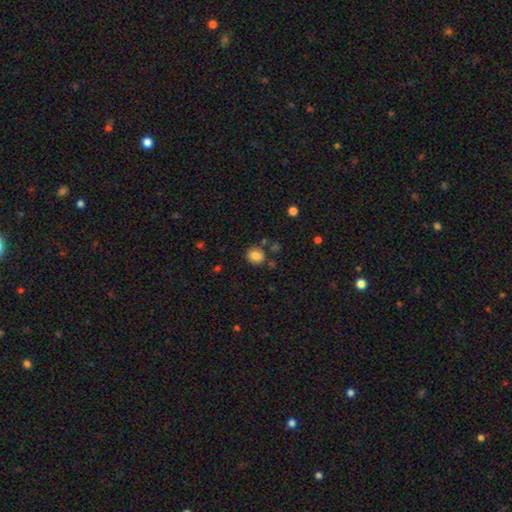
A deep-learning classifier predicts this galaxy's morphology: Q: Smooth or featured?
A: smooth (83%); runner-up: star or artifact (10%)
Q: How rounded?
A: round (71%); runner-up: in between (28%)
Q: Merging?
A: none (80%); runner-up: minor disturbance (12%)